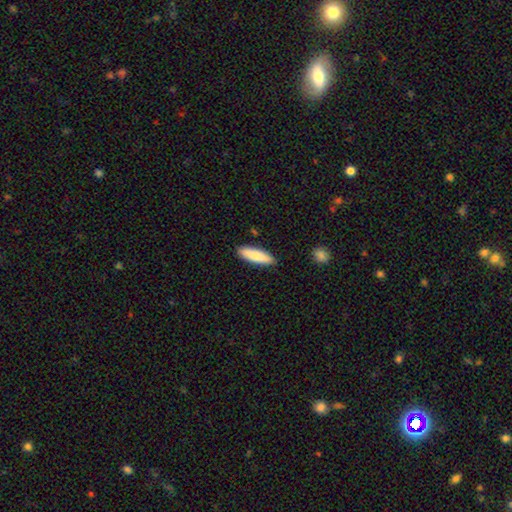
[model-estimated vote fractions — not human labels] smooth_or_featured: smooth (p=0.84) [alt: featured or disk p=0.11]
how_rounded: cigar-shaped (p=0.60) [alt: in between p=0.39]
merging: none (p=0.88) [alt: minor disturbance p=0.08]